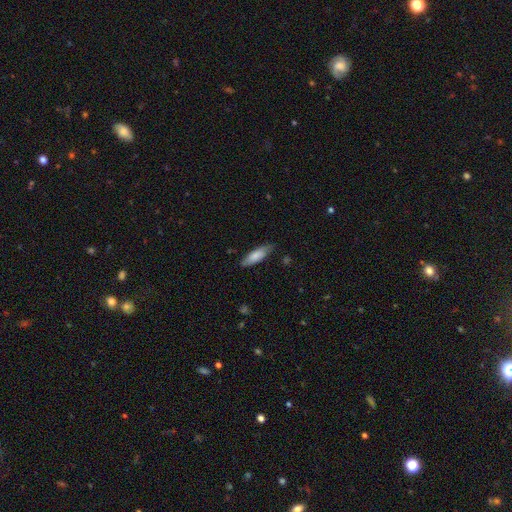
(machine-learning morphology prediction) type=smooth (74%); roundness=in between (52%); merging=none (77%).